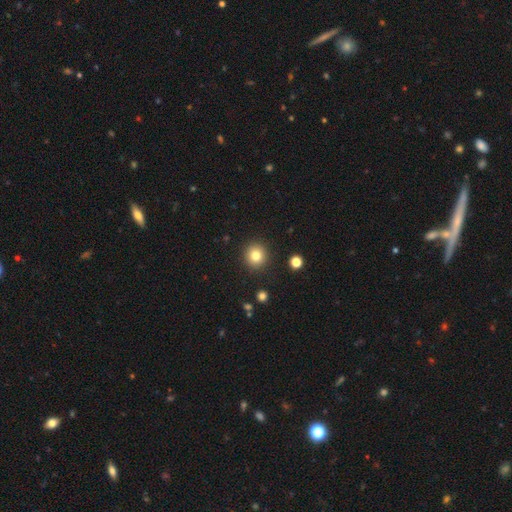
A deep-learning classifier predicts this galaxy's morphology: type=smooth (81%); roundness=round (93%); merging=none (91%).